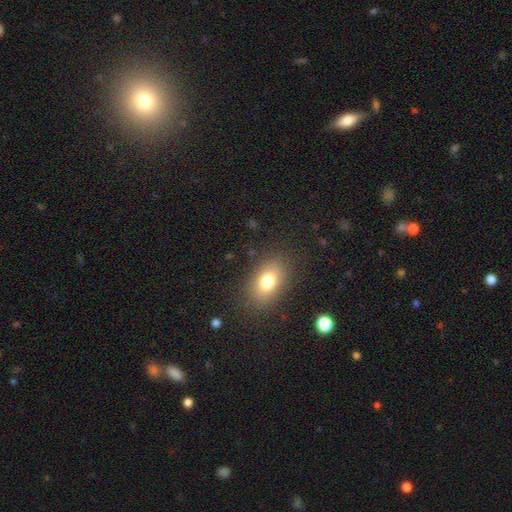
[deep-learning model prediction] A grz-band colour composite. It shows a smooth galaxy with no disk features (69%) that is in between round and cigar-shaped (78%). Merging: none (89%).